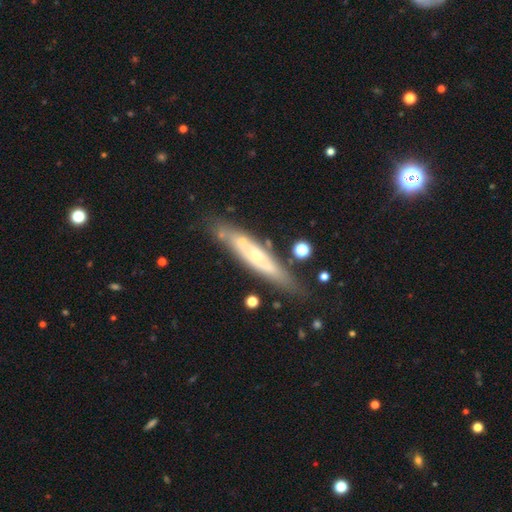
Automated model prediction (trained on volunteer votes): A featured or disk galaxy (62%) viewed edge-on (59%).

Vote fractions:
- Smooth or featured? featured or disk: 62% / smooth: 31% / star or artifact: 7%
- Edge-on disk? yes: 59% / no: 41%
- Merging? none: 73% / minor disturbance: 17% / merger: 5% / major disturbance: 5%